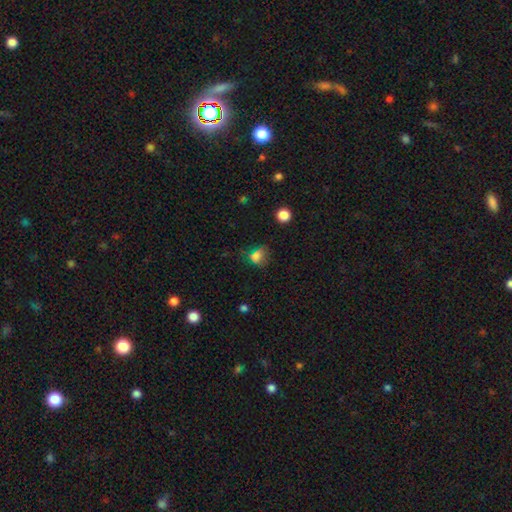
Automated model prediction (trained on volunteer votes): Morphology: type=smooth (69%); roundness=round (49%, tied with in between); merging=none (47%).